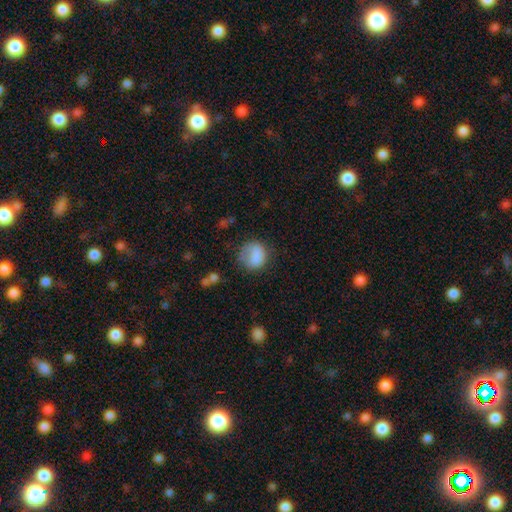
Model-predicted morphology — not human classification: The model was most divided on "merging": none: 53%, minor disturbance: 26%, major disturbance: 17%, merger: 4%. More confident: smooth or featured — smooth (81%); how rounded — round (72%).